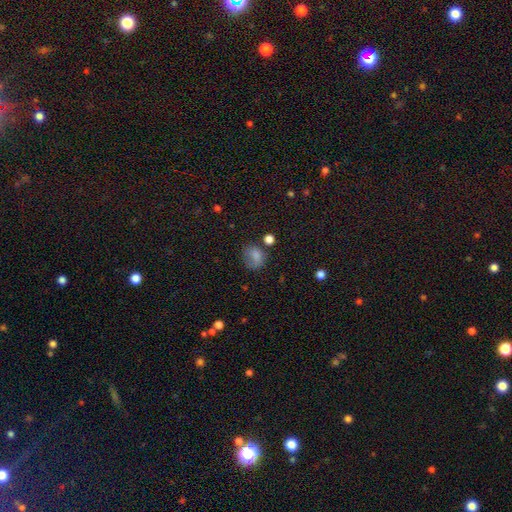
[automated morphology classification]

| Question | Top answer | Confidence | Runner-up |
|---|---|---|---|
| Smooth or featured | smooth | 74% | star or artifact (13%) |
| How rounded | round | 59% | in between (40%) |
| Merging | none | 50% | minor disturbance (27%) |